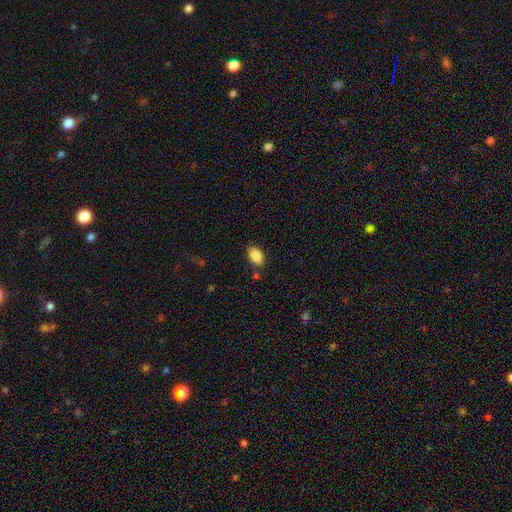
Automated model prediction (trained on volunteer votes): A smooth galaxy with no disk features (88%) that is in between round and cigar-shaped (88%).

Vote fractions:
- Smooth or featured? smooth: 88% / star or artifact: 8% / featured or disk: 4%
- How rounded? in between: 88% / round: 11% / cigar-shaped: 1%
- Merging? none: 81% / minor disturbance: 13% / major disturbance: 3% / merger: 3%